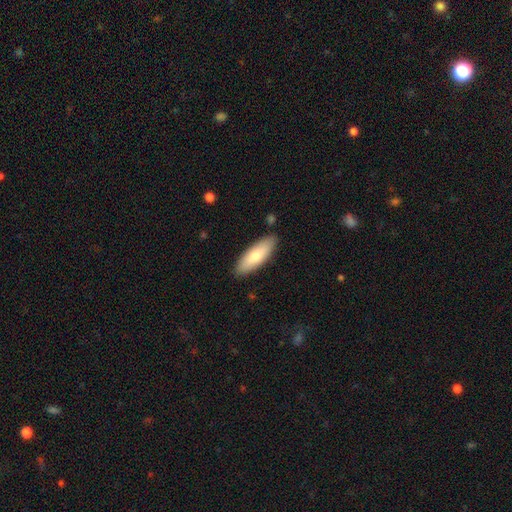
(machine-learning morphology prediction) A smooth galaxy with no disk features (72%) that is in between round and cigar-shaped (63%).

Vote fractions:
- Smooth or featured? smooth: 72% / featured or disk: 22% / star or artifact: 6%
- How rounded? in between: 63% / cigar-shaped: 35% / round: 2%
- Merging? none: 88% / minor disturbance: 9% / major disturbance: 2% / merger: 2%